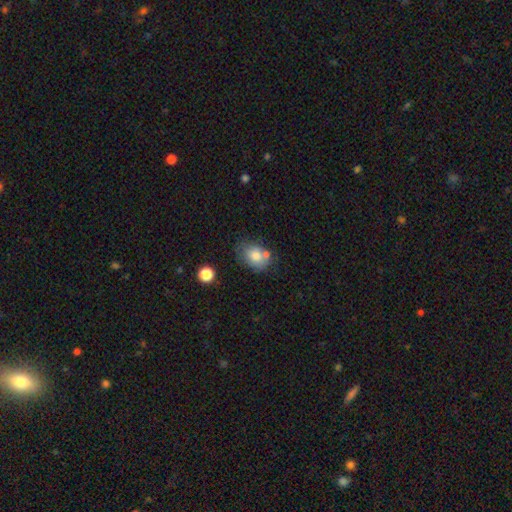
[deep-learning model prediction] This is likely a smooth galaxy (76%). How rounded: likely in between (62%). Merging: possibly none (55%).